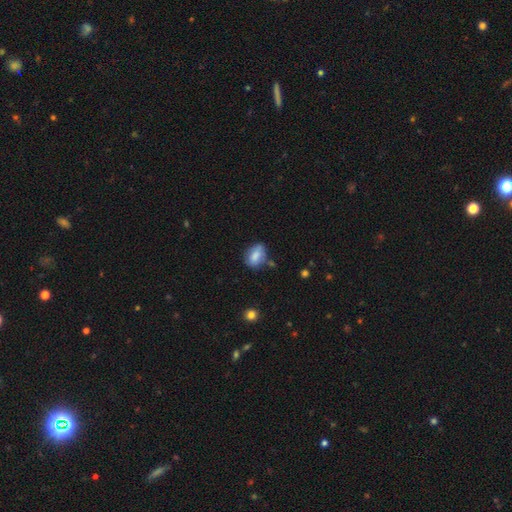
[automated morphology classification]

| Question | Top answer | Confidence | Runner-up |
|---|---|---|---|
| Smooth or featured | smooth | 75% | featured or disk (16%) |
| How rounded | in between | 76% | round (22%) |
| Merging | none | 57% | minor disturbance (28%) |